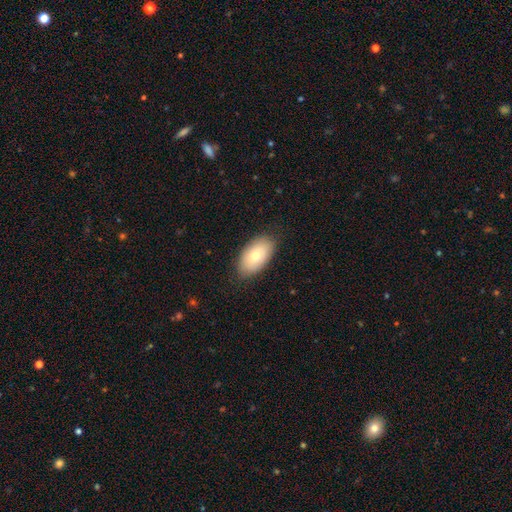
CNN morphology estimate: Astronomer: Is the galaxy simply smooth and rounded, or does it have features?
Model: smooth — 76%.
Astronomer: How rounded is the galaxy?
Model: in between — 95%.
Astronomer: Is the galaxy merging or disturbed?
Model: none — 85%.